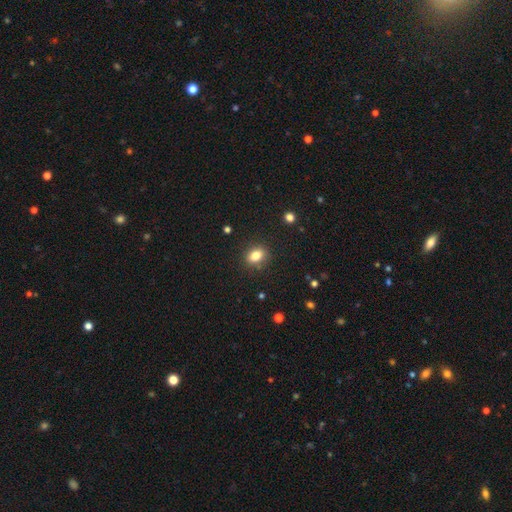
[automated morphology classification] This appears to be a smooth galaxy with no disk features (83%) that is in between round and cigar-shaped (67%). Merging: none (86%).